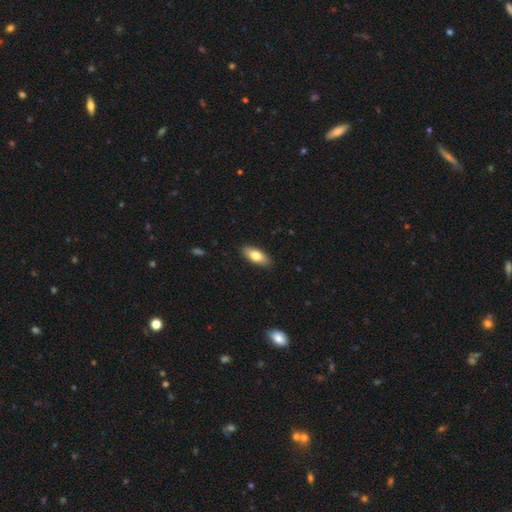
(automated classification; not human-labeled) smooth 78%, featured or disk 16%, star or artifact 6%. Down the decision tree: how rounded — in between (86%); merging — none (87%).